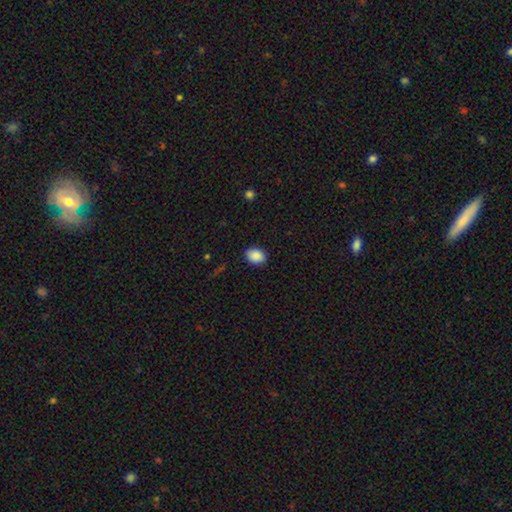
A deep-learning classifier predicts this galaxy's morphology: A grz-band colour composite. It shows a smooth galaxy with no disk features (89%) that is in between round and cigar-shaped (70%). Merging: none (88%).